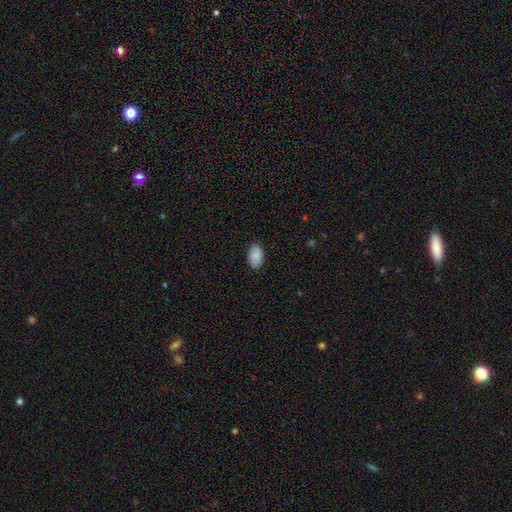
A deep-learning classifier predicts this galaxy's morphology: type=smooth (86%); roundness=in between (92%); merging=none (85%).